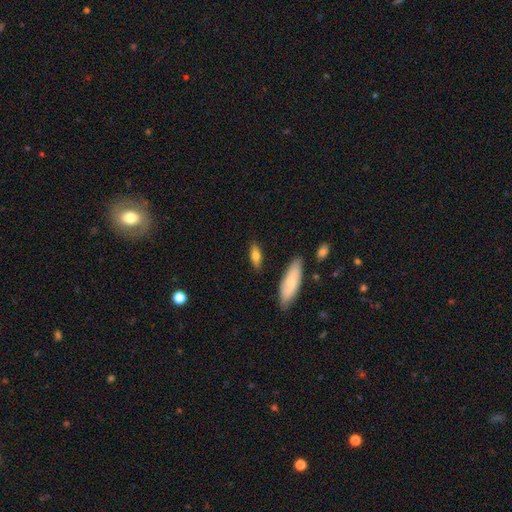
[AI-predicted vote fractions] This appears to be a smooth galaxy with no disk features (74%) that is in between round and cigar-shaped (69%). Merging: none (82%).